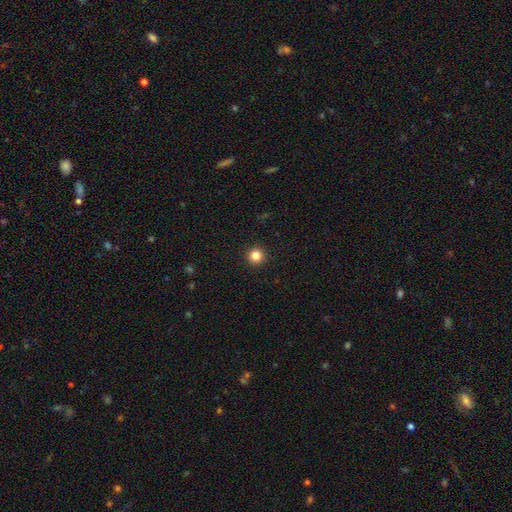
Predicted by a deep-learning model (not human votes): Smooth or featured: smooth — 83% (star or artifact — 12%)
How rounded: round — 96% (in between — 3%)
Merging: none — 94% (minor disturbance — 4%)